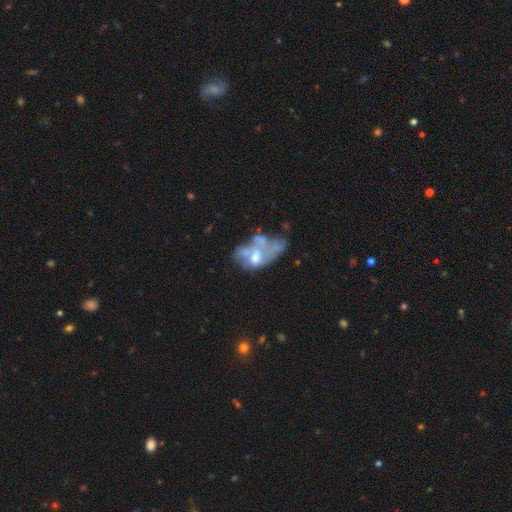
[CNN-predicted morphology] A featured or disk galaxy (61%) with no bar (81%), no spiral arms (83%) and a moderate central bulge (51%). Merging: major disturbance (34%).